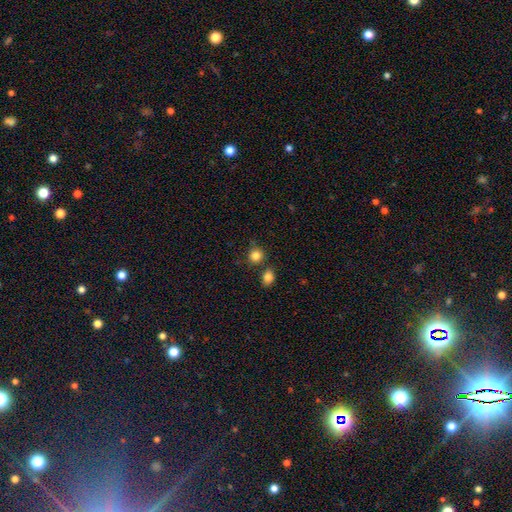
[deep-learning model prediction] Smooth or featured?
  - smooth: 83% *
  - star or artifact: 11%
  - featured or disk: 5%
How rounded?
  - round: 83% *
  - in between: 16%
  - cigar-shaped: 1%
Merging?
  - none: 72% *
  - merger: 14%
  - minor disturbance: 11%
  - major disturbance: 3%